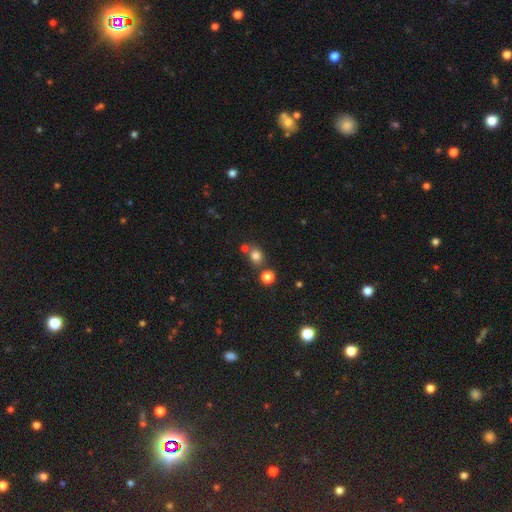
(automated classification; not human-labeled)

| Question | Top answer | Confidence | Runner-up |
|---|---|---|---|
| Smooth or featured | smooth | 78% | star or artifact (15%) |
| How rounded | round | 77% | in between (22%) |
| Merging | none | 65% | merger (23%) |